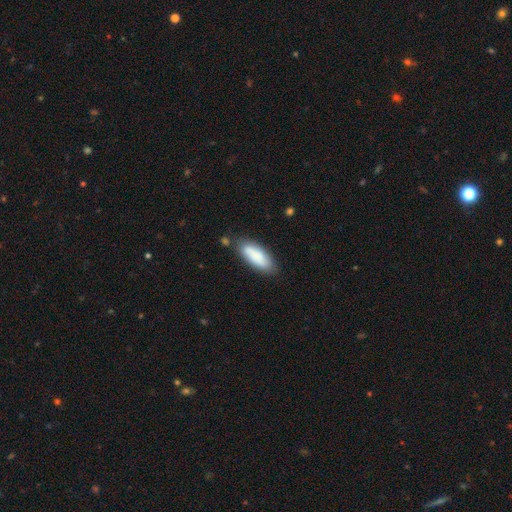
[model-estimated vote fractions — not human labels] Overall: smooth (82%). How rounded: in between (74%). Merging: none (74%).